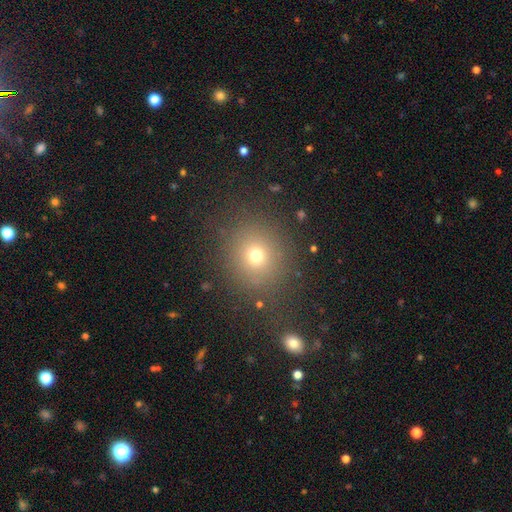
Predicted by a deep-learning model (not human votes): This is likely a smooth galaxy (69%). How rounded: clearly round (84%). Merging: clearly none (82%).